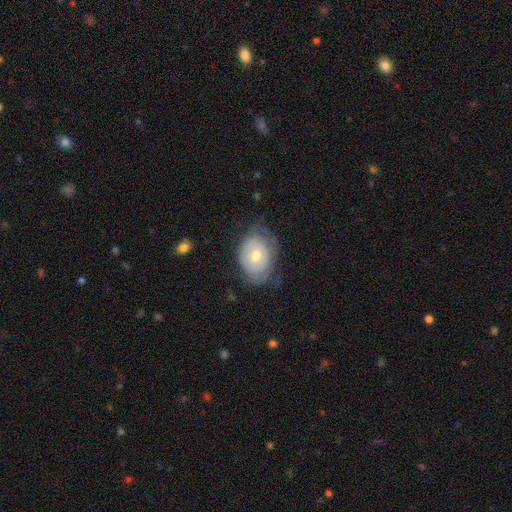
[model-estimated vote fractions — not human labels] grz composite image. It shows a smooth galaxy with no disk features (53%) that is in between round and cigar-shaped (70%). Merging: none (53%).